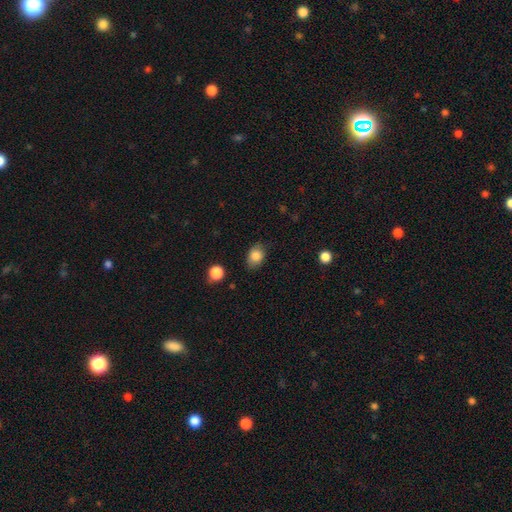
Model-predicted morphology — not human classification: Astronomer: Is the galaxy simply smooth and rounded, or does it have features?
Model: smooth — 85%.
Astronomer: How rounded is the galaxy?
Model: in between — 66%.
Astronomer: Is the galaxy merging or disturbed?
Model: none — 75%.